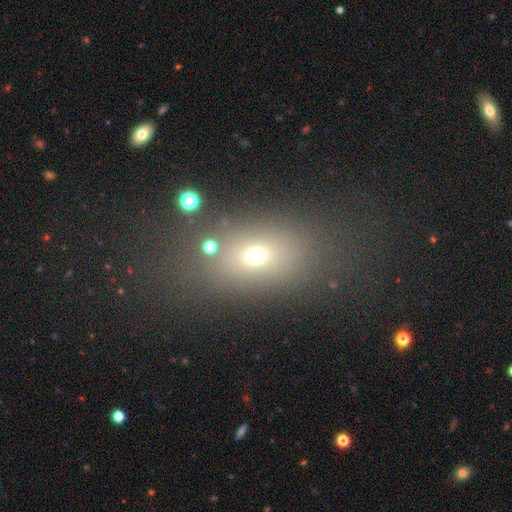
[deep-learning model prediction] Smooth or featured: smooth — 62% (star or artifact — 22%)
How rounded: in between — 70% (round — 26%)
Merging: none — 71% (minor disturbance — 13%)